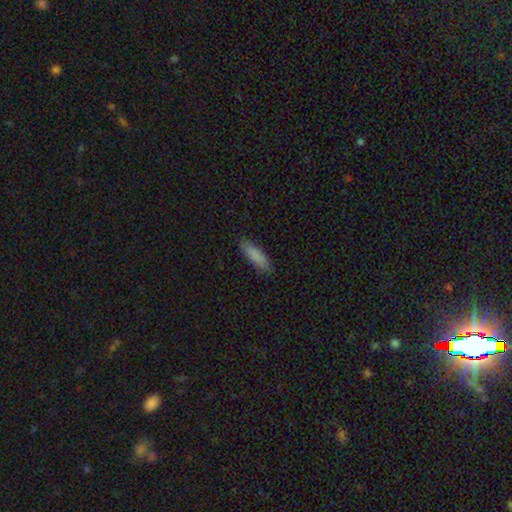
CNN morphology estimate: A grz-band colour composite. It shows a smooth galaxy with no disk features (86%) that is cigar-shaped (59%). Merging: none (85%).